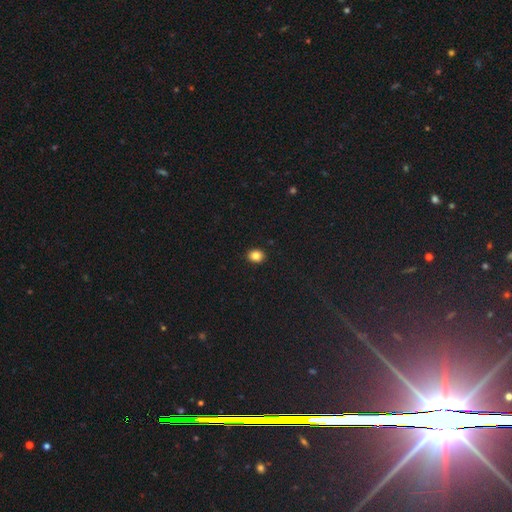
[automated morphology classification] Smooth or featured? Predicted: smooth (p=0.85). How rounded? Predicted: round (p=0.54). Merging? Predicted: none (p=0.91).